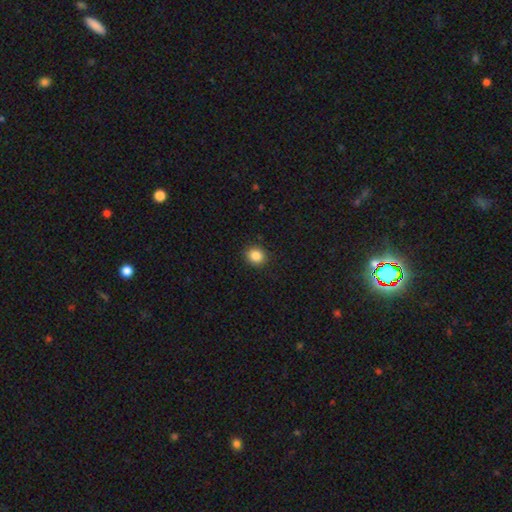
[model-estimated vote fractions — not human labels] smooth 86%, star or artifact 10%, featured or disk 4%. Down the decision tree: how rounded — round (77%); merging — none (90%).